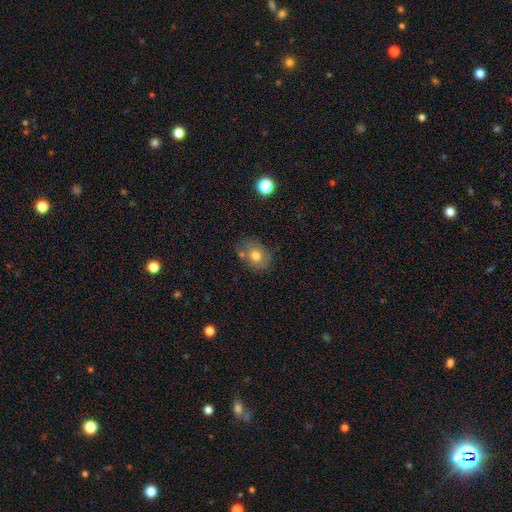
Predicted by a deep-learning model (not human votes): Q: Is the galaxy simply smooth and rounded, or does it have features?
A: smooth — 72%.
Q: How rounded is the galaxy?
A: in between — 53%.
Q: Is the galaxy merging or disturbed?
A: none — 64%.